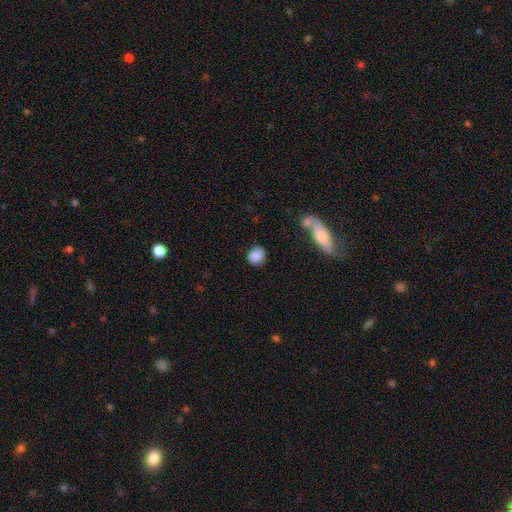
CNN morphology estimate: Smooth or featured? smooth (84%)
How rounded? round (79%)
Merging? none (70%)